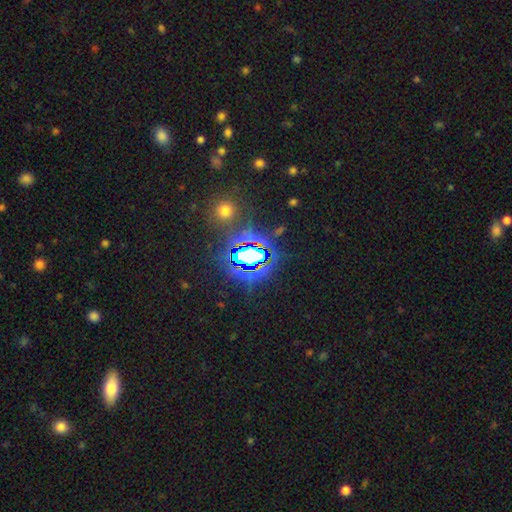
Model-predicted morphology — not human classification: This appears to be a star or artifact, not a galaxy (76%).